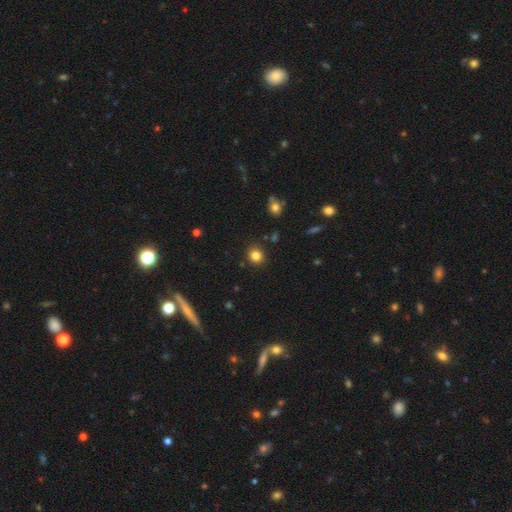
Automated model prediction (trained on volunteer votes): A smooth galaxy with no disk features (82%) that is round (85%). Merging: none (89%).